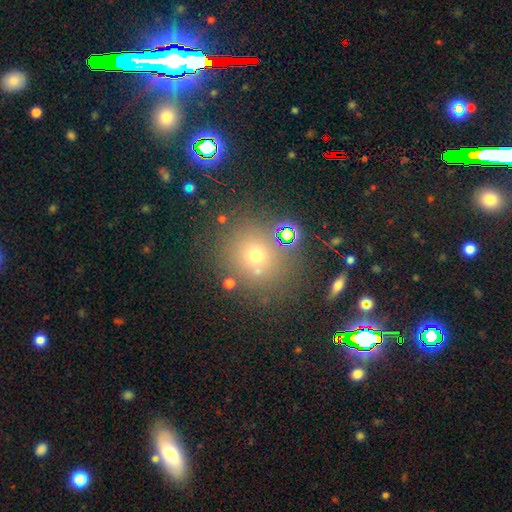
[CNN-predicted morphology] Smooth or featured? Predicted: smooth (p=0.64). How rounded? Predicted: round (p=0.83). Merging? Predicted: none (p=0.76).